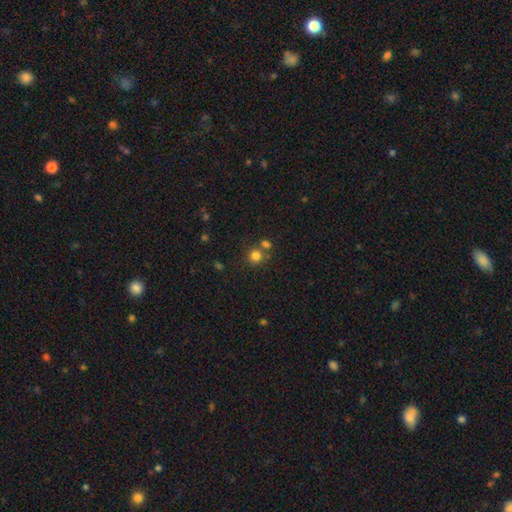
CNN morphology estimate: Smooth or featured? Predicted: smooth (p=0.80). How rounded? Predicted: round (p=0.89). Merging? Predicted: none (p=0.67).